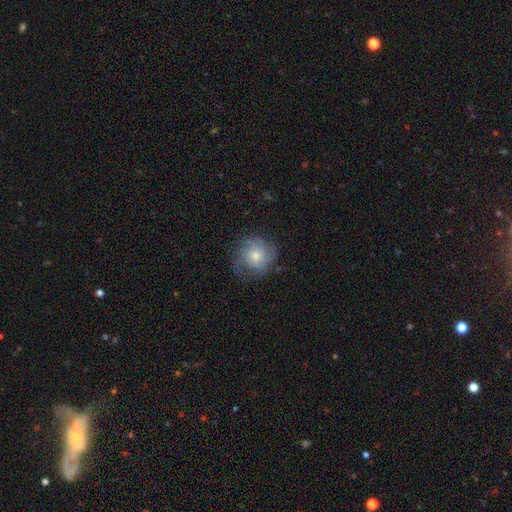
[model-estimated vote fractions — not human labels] This is possibly a smooth galaxy (50%). How rounded: clearly round (86%). Merging: likely none (64%).